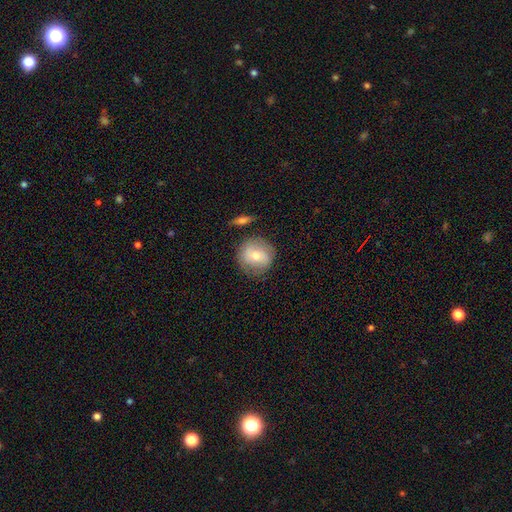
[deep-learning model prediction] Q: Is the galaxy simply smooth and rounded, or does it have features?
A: smooth — 60%.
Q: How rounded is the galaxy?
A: round — 91%.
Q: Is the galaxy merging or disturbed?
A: none — 77%.